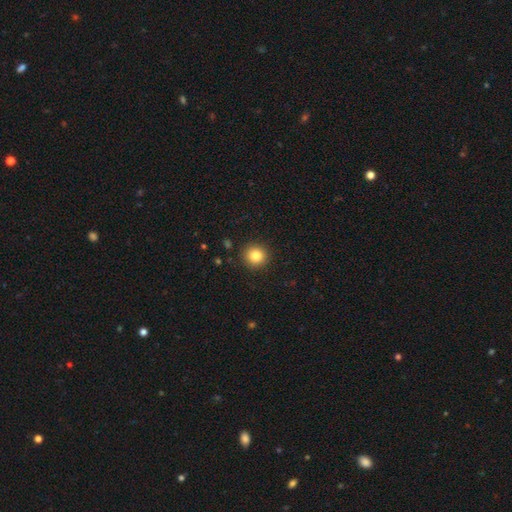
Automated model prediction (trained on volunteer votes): Smooth or featured? smooth (83%)
How rounded? round (92%)
Merging? none (91%)